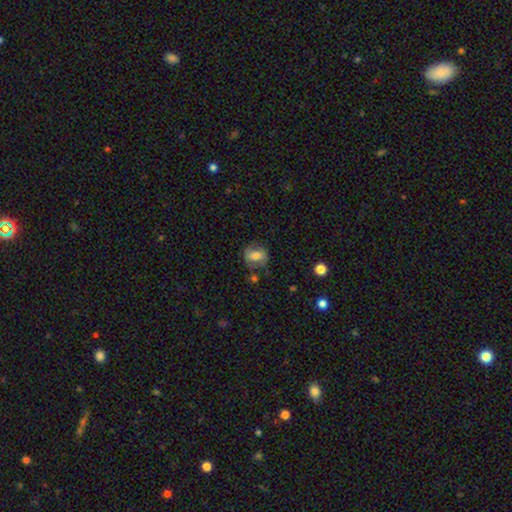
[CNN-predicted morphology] Overall: smooth (62%; featured or disk 29%). How rounded: in between (55%; round 43%). Merging: none (63%).